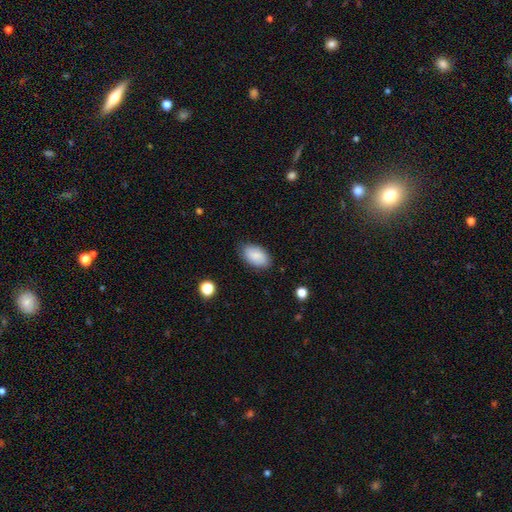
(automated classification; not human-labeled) Morphology: type=smooth (83%); roundness=in between (94%); merging=none (82%).